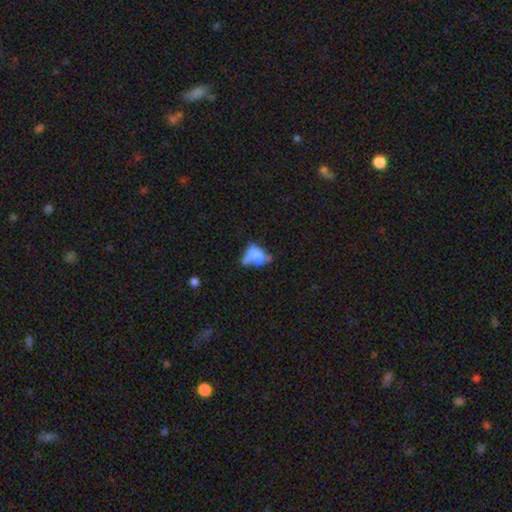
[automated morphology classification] This is possibly a smooth galaxy (56%). How rounded: clearly in between (81%). Merging: marginally merger (33%).